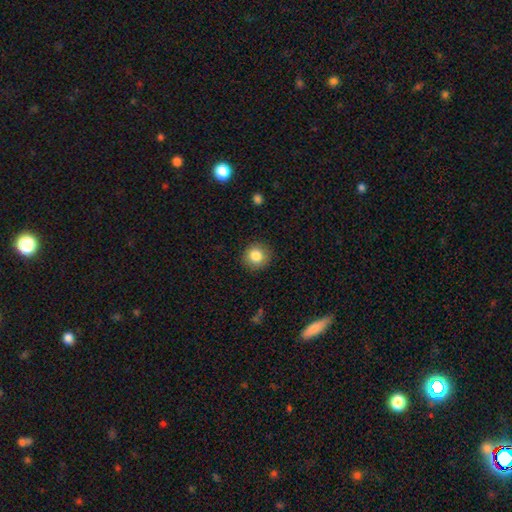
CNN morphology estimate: smooth-or-featured: smooth: 84% | star or artifact: 9% | featured or disk: 7%
  how-rounded: round: 91% | in between: 8% | cigar-shaped: 1%
  merging: none: 90% | minor disturbance: 7% | major disturbance: 2% | merger: 1%